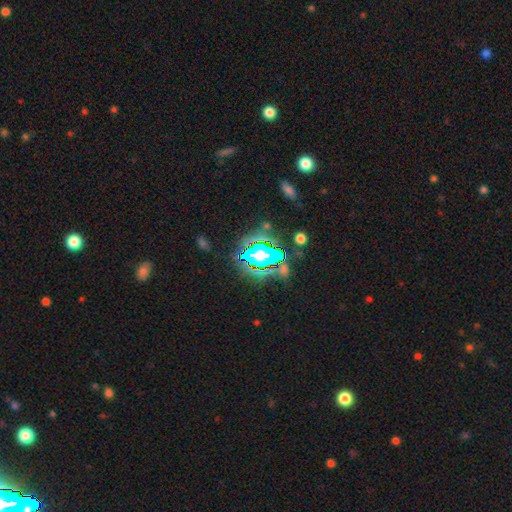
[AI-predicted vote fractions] smooth-or-featured: star or artifact: 71% | smooth: 17% | featured or disk: 12%